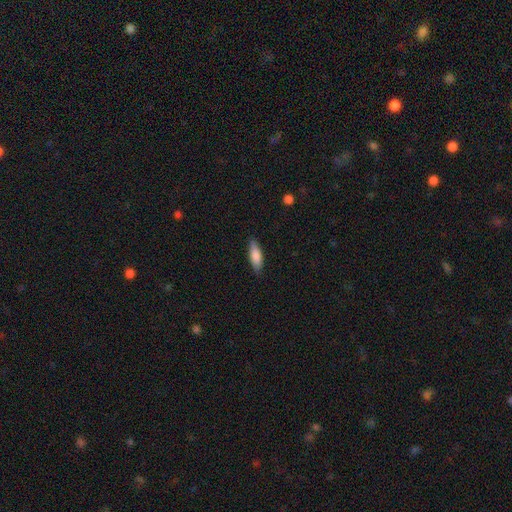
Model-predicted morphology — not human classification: A smooth galaxy with no disk features (82%) that is in between round and cigar-shaped (58%).

Vote fractions:
- Smooth or featured? smooth: 82% / featured or disk: 13% / star or artifact: 6%
- How rounded? in between: 58% / cigar-shaped: 40% / round: 2%
- Merging? none: 84% / minor disturbance: 12% / major disturbance: 2% / merger: 1%